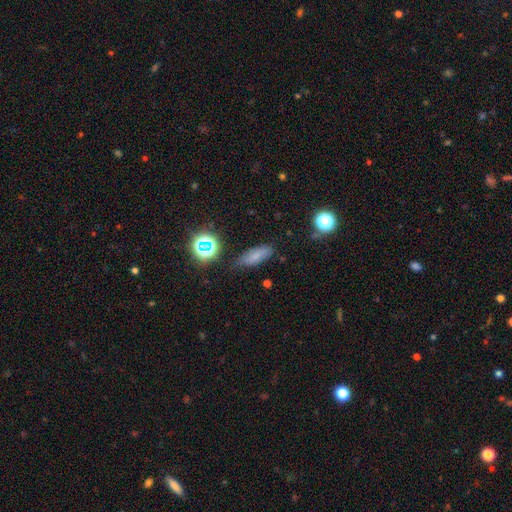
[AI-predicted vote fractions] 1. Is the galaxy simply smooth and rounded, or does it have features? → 69% smooth, 16% star or artifact, 14% featured or disk.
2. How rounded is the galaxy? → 65% in between, 29% cigar-shaped, 6% round.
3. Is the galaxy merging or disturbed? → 73% none, 19% minor disturbance, 5% major disturbance, 3% merger.